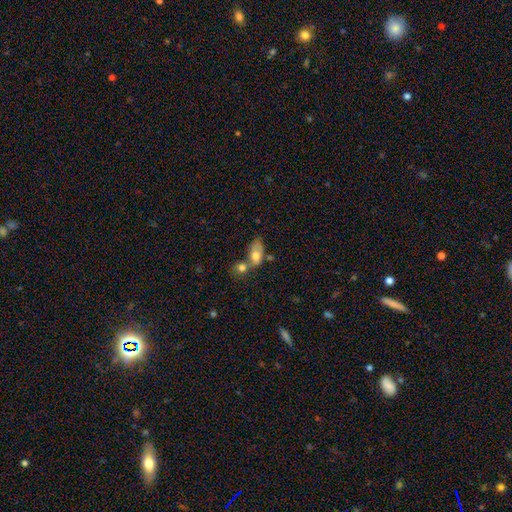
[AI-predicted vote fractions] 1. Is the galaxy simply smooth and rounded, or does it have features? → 68% smooth, 23% featured or disk, 9% star or artifact.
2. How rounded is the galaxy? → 80% in between, 15% round, 5% cigar-shaped.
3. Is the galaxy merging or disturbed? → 58% merger, 19% none, 13% minor disturbance, 11% major disturbance.